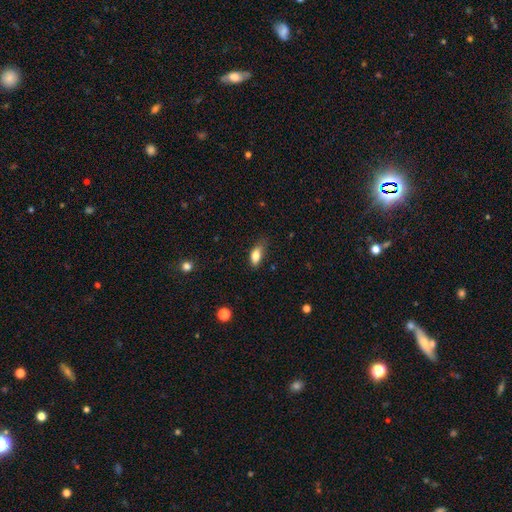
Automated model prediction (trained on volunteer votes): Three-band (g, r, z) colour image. It shows a smooth galaxy with no disk features (82%) that is in between round and cigar-shaped (84%). Merging: none (58%).